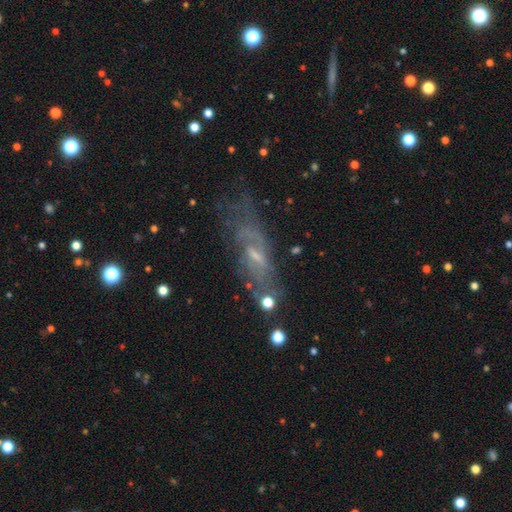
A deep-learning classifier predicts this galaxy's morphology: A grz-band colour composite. It shows a featured or disk galaxy (66%). Merging: none (62%).